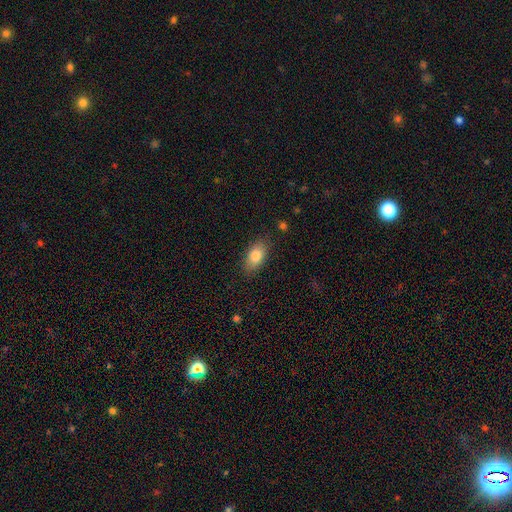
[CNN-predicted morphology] Smooth or featured? Predicted: smooth (p=0.82). How rounded? Predicted: in between (p=0.90). Merging? Predicted: none (p=0.84).